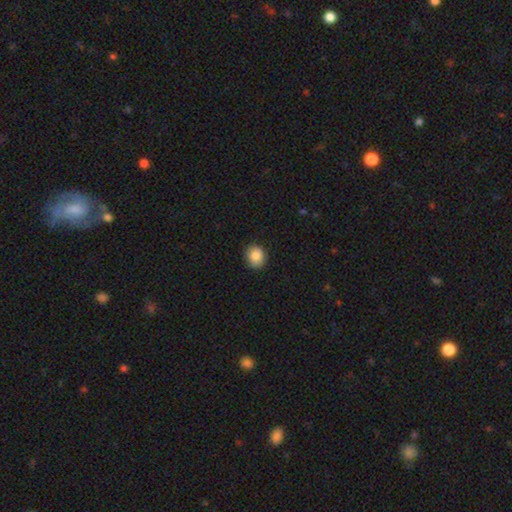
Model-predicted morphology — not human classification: Smooth or featured? Predicted: smooth (p=0.85). How rounded? Predicted: round (p=0.73). Merging? Predicted: none (p=0.88).